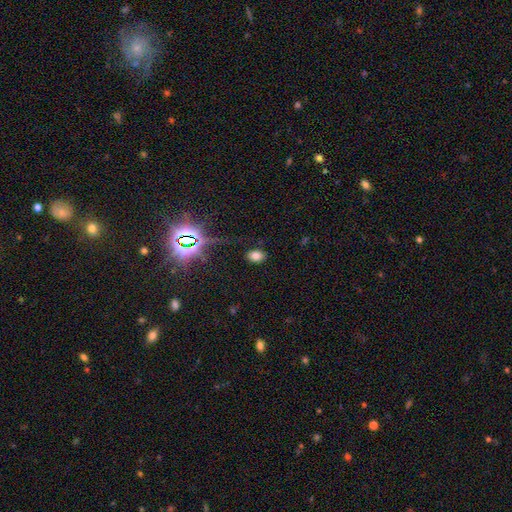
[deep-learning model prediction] This is likely a smooth galaxy (73%). How rounded: clearly in between (81%). Merging: clearly none (82%).